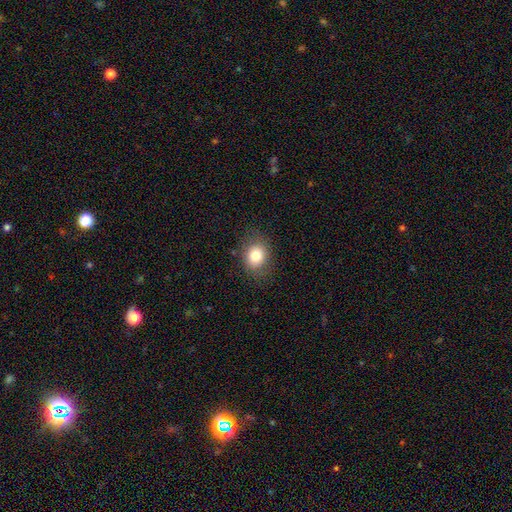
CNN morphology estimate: smooth 81%, featured or disk 10%, star or artifact 10%. Down the decision tree: how rounded — in between (51%); merging — none (80%).